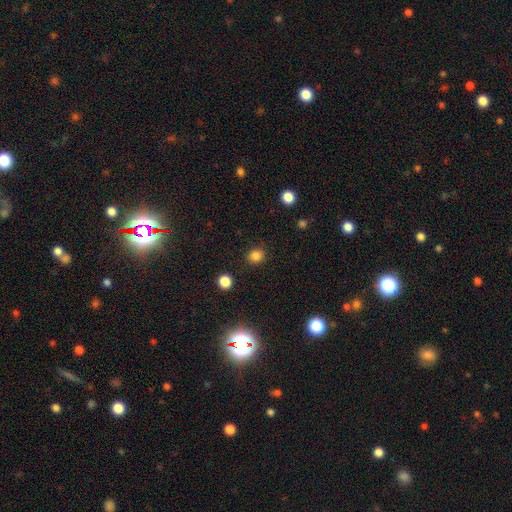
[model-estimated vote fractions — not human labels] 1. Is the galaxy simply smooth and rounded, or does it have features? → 84% smooth, 13% star or artifact, 4% featured or disk.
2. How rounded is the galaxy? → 83% round, 16% in between, 1% cigar-shaped.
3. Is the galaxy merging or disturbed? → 88% none, 7% minor disturbance, 3% major disturbance, 2% merger.